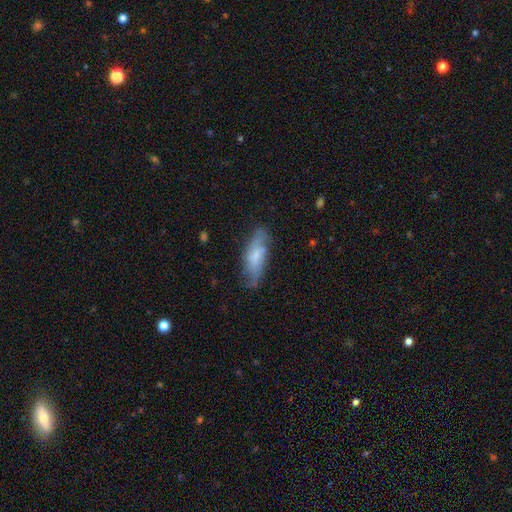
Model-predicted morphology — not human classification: Q: Smooth or featured?
A: featured or disk (48%); runner-up: smooth (45%)
Q: Merging?
A: none (65%); runner-up: minor disturbance (25%)